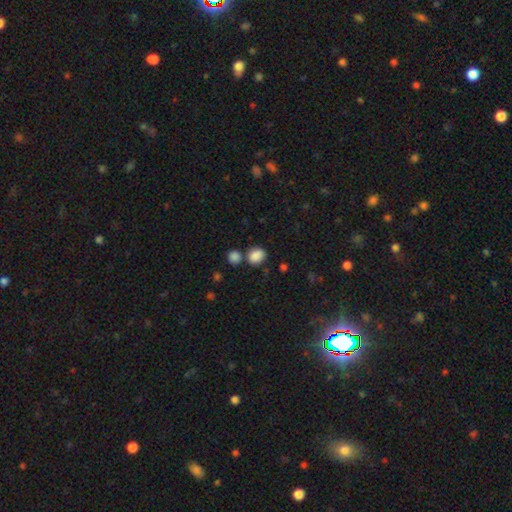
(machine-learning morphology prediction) smooth_or_featured: smooth (p=0.87) [alt: star or artifact p=0.09]
how_rounded: round (p=0.50) [alt: in between p=0.49]
merging: none (p=0.65) [alt: merger p=0.19]